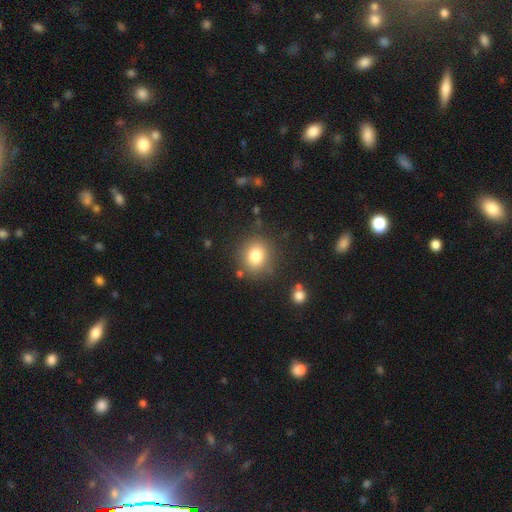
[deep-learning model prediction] Smooth or featured: smooth — 81% (star or artifact — 11%)
How rounded: round — 80% (in between — 19%)
Merging: none — 82% (minor disturbance — 10%)